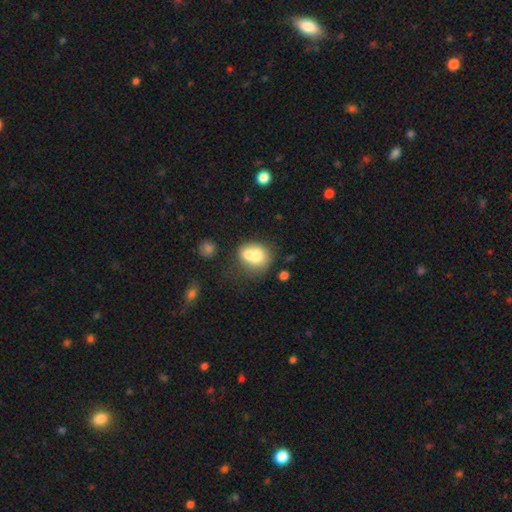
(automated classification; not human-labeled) Smooth or featured? smooth (68%)
How rounded? round (66%)
Merging? merger (56%)